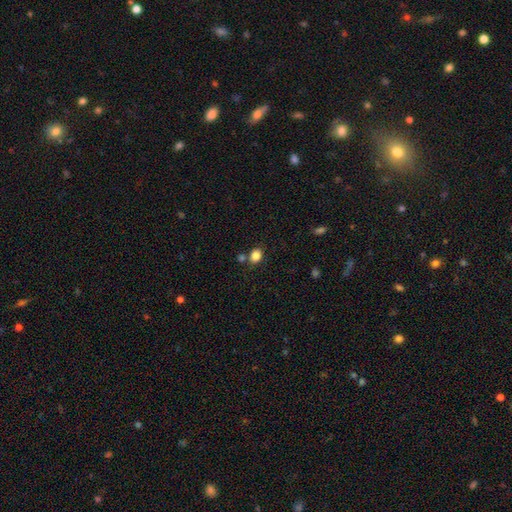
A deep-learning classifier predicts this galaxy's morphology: smooth 84%, star or artifact 11%, featured or disk 5%. Down the decision tree: how rounded — in between (56%); merging — none (71%).